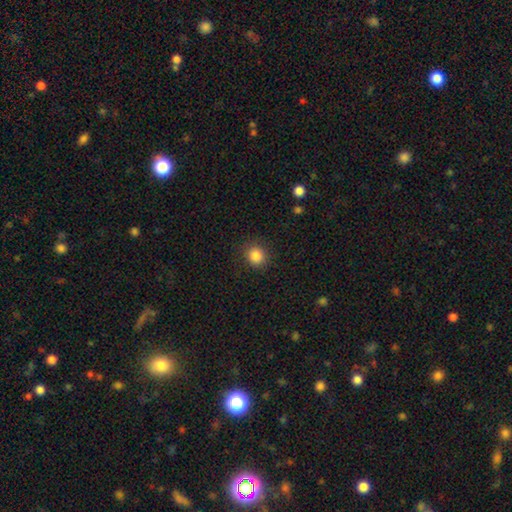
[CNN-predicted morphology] Smooth or featured?
  - smooth: 86% *
  - star or artifact: 10%
  - featured or disk: 4%
How rounded?
  - round: 86% *
  - in between: 13%
  - cigar-shaped: 1%
Merging?
  - none: 88% *
  - minor disturbance: 8%
  - major disturbance: 3%
  - merger: 1%